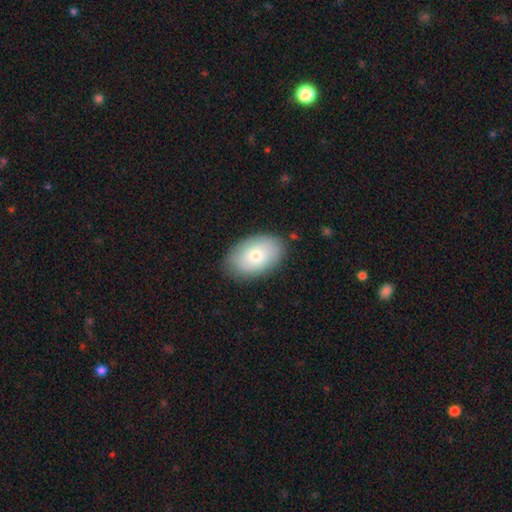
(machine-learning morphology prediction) smooth-or-featured: smooth: 72% | featured or disk: 21% | star or artifact: 7%
  how-rounded: in between: 90% | round: 9% | cigar-shaped: 1%
  merging: none: 84% | minor disturbance: 12% | major disturbance: 3% | merger: 1%